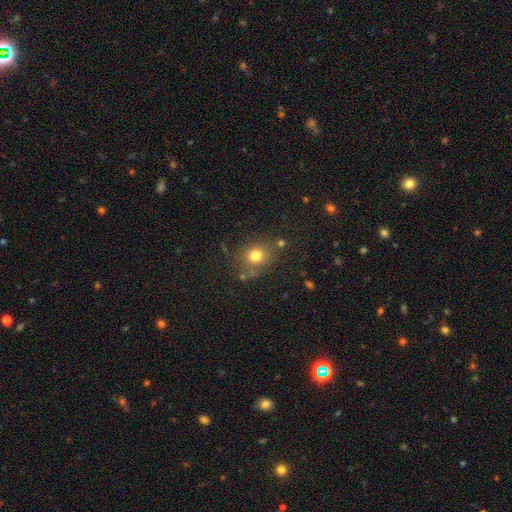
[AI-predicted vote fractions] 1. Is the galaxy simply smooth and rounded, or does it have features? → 76% smooth, 15% star or artifact, 10% featured or disk.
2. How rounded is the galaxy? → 69% round, 30% in between, 1% cigar-shaped.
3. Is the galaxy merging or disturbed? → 74% none, 14% minor disturbance, 7% merger, 5% major disturbance.